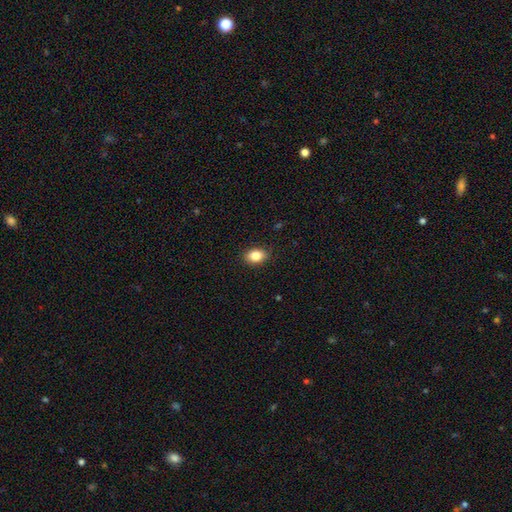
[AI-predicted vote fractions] smooth 84%, star or artifact 9%, featured or disk 7%. Down the decision tree: how rounded — in between (78%); merging — none (88%).